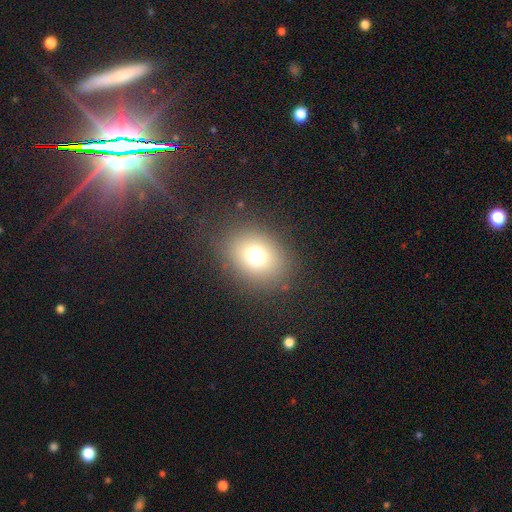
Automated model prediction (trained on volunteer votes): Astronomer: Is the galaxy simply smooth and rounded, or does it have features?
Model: smooth — 70%.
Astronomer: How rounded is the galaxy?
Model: round — 56% (runner-up: in between, 43%).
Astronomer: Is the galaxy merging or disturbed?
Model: none — 81%.